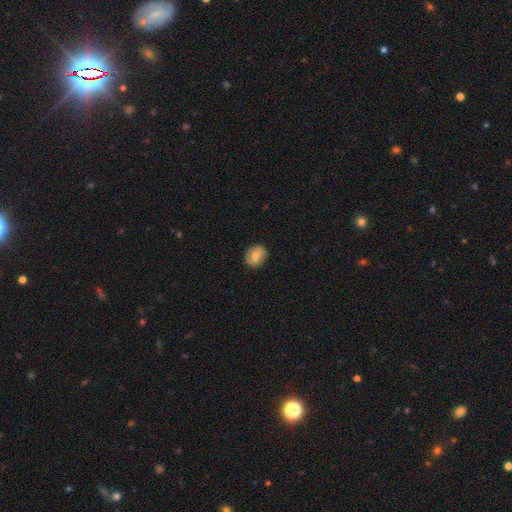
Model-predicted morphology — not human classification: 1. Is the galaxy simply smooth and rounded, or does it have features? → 62% smooth, 30% featured or disk, 8% star or artifact.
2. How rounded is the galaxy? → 60% round, 39% in between, 1% cigar-shaped.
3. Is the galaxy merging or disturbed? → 87% none, 10% minor disturbance, 2% major disturbance, 1% merger.